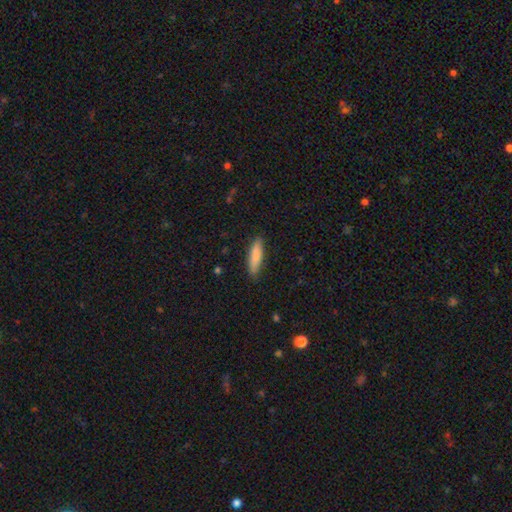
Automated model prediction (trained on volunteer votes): smooth_or_featured: smooth (p=0.82) [alt: featured or disk p=0.12]
how_rounded: cigar-shaped (p=0.68) [alt: in between p=0.30]
merging: none (p=0.85) [alt: minor disturbance p=0.12]